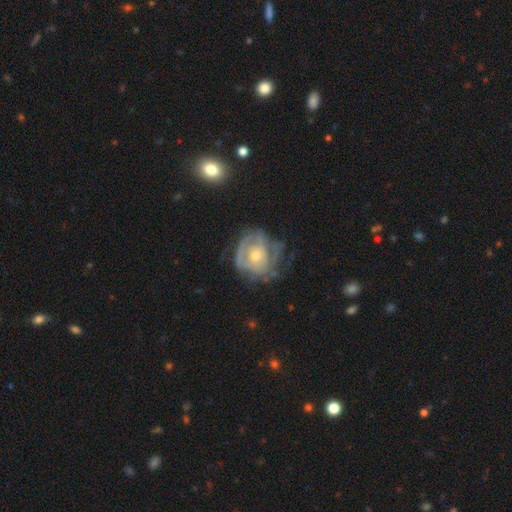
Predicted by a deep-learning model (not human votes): Smooth or featured? featured or disk (72%)
Edge-on disk? no (97%)
Bar? no (82%)
Spiral arms? yes (70%)
Bulge size? moderate (52%)
Merging? none (54%)